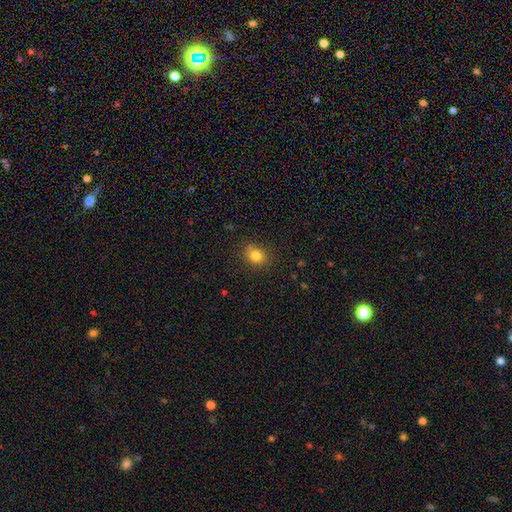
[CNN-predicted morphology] This appears to be a smooth galaxy with no disk features (81%) that is round (61%). Merging: none (81%).